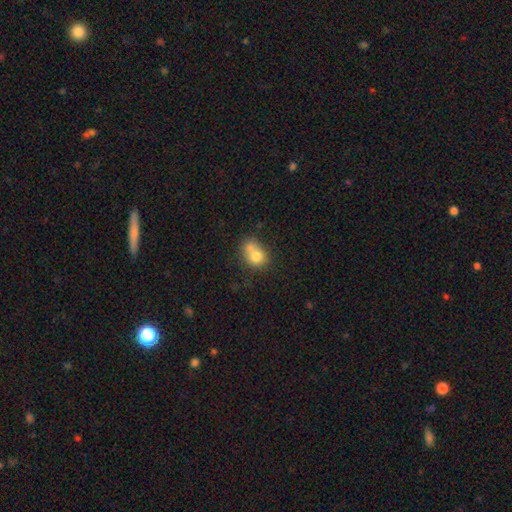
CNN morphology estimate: Overall: smooth (73%). How rounded: round (59%; in between 40%). Merging: merger (50%; none 31%).